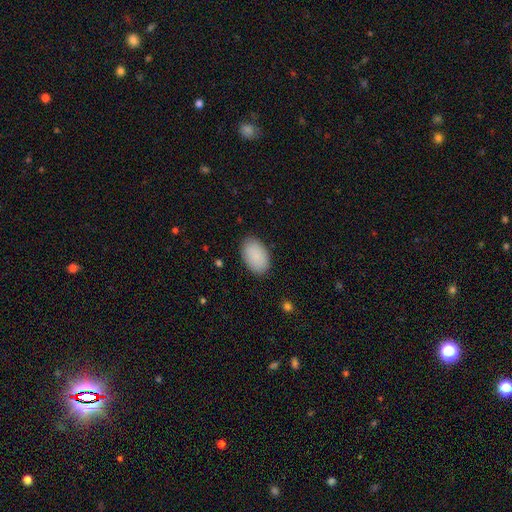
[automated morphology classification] type=smooth (89%); roundness=in between (93%); merging=none (87%).